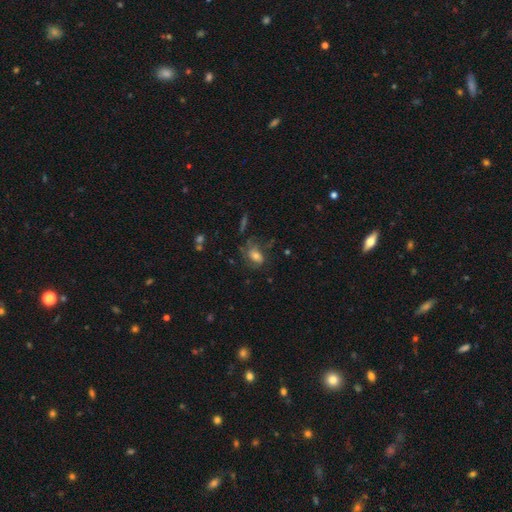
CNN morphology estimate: smooth_or_featured: smooth (p=0.53) [alt: featured or disk p=0.34]
how_rounded: in between (p=0.80) [alt: round p=0.17]
merging: none (p=0.46) [alt: minor disturbance p=0.26]